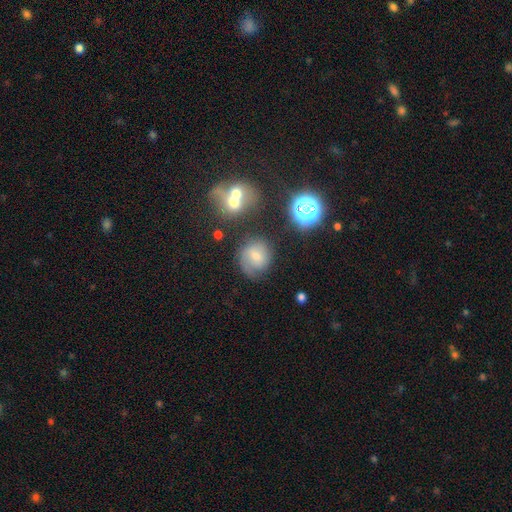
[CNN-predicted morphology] A smooth galaxy with no disk features (51%) that is round (80%). Merging: none (63%).